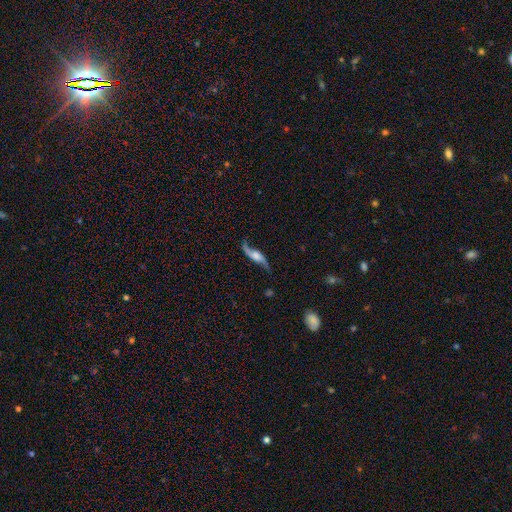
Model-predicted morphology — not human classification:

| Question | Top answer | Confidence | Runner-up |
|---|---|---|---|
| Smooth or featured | featured or disk | 83% | smooth (11%) |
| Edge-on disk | no | 78% | yes (22%) |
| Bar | no | 58% | weak (30%) |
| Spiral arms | yes | 95% | no (5%) |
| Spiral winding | loose | 86% | medium (11%) |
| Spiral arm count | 2 | 93% | 1 (3%) |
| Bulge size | moderate | 31% | tied: large (31%) |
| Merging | none | 74% | minor disturbance (16%) |